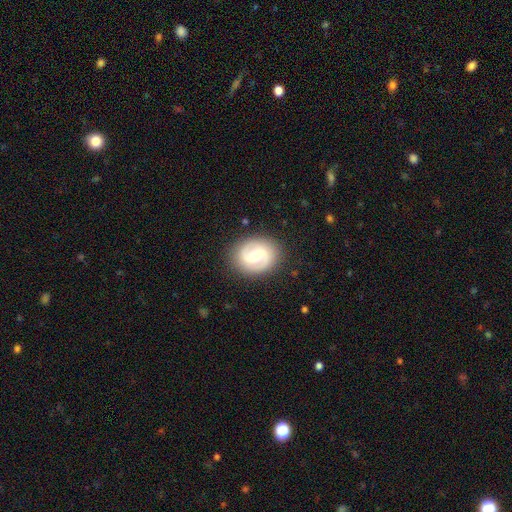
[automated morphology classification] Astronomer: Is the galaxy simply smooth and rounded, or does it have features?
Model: featured or disk — 81%.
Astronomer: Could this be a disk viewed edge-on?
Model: no — 98%.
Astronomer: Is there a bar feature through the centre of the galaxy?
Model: weak — 54% (runner-up: strong, 29%).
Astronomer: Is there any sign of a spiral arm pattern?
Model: yes — 94%.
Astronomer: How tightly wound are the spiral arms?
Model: medium — 52% (runner-up: tight, 28%).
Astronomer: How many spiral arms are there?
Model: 2 — 91%.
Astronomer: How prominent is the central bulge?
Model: moderate — 51% (runner-up: small, 35%).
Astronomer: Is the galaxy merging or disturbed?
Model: none — 85%.